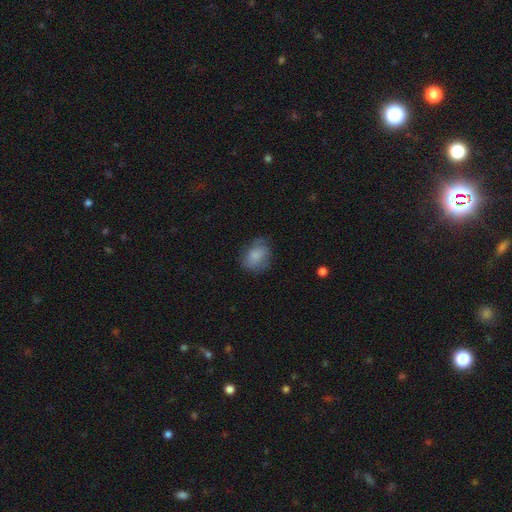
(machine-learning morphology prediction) Overall: smooth (79%). How rounded: in between (60%; round 38%). Merging: none (64%; minor disturbance 25%).